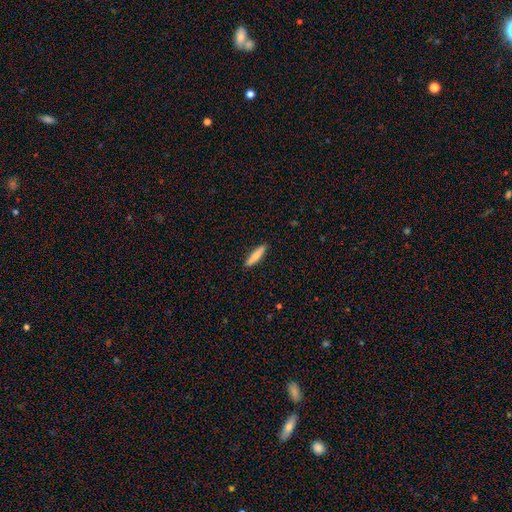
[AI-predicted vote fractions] A smooth galaxy with no disk features (75%) that is cigar-shaped (80%). Merging: none (89%).